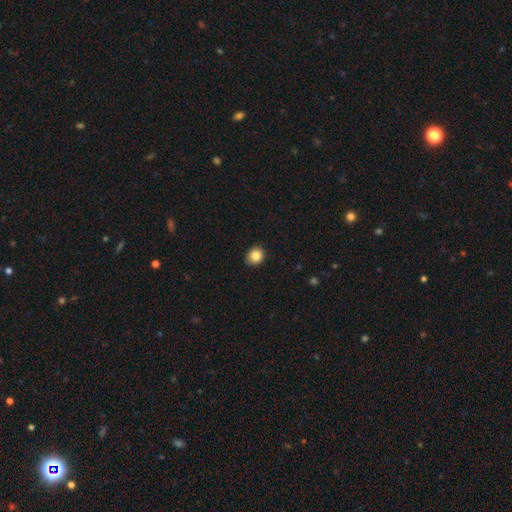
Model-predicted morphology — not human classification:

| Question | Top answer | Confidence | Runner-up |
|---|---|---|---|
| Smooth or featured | smooth | 85% | star or artifact (10%) |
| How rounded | round | 65% | in between (34%) |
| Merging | none | 76% | minor disturbance (20%) |